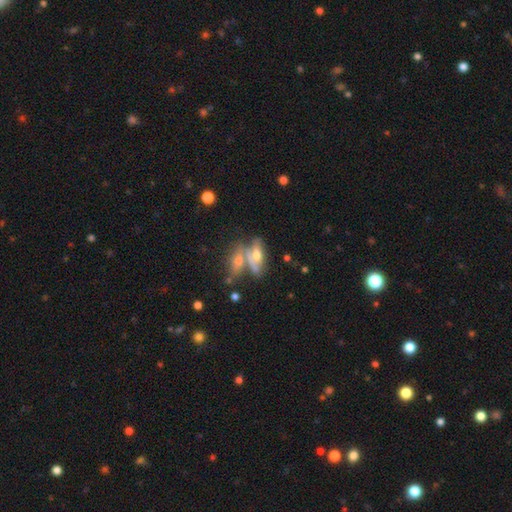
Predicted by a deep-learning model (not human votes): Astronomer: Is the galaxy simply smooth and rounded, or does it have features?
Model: smooth — 49% (runner-up: featured or disk, 40%).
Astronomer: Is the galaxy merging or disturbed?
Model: merger — 42% (runner-up: none, 39%).